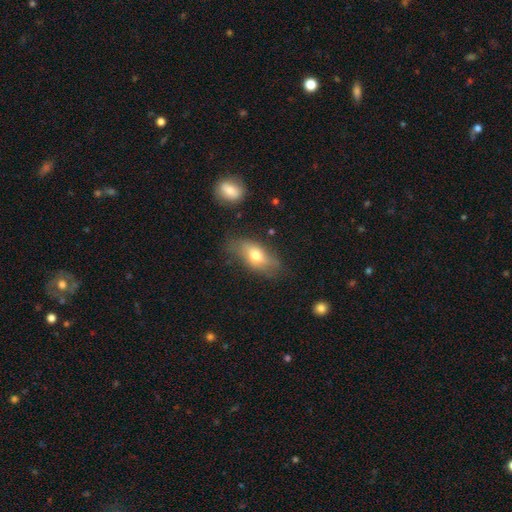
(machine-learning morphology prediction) smooth-or-featured: smooth: 63% | featured or disk: 29% | star or artifact: 8%
  how-rounded: in between: 84% | cigar-shaped: 10% | round: 6%
  merging: none: 64% | minor disturbance: 24% | major disturbance: 9% | merger: 3%